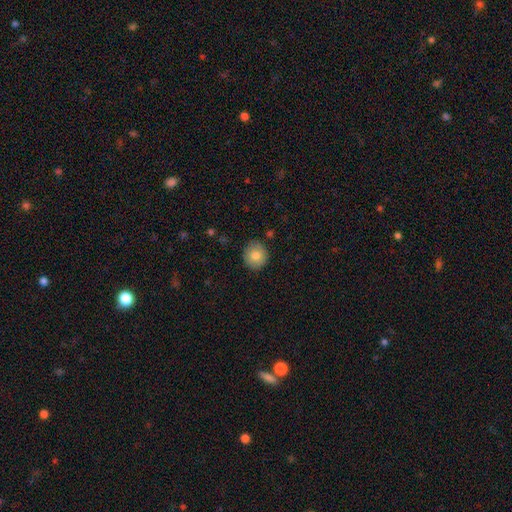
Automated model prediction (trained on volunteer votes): Smooth or featured?
  - smooth: 81% *
  - featured or disk: 11%
  - star or artifact: 8%
How rounded?
  - round: 87% *
  - in between: 12%
  - cigar-shaped: 1%
Merging?
  - none: 88% *
  - minor disturbance: 9%
  - major disturbance: 2%
  - merger: 1%